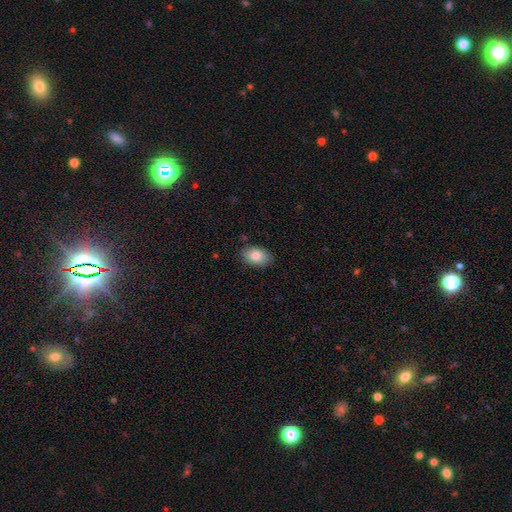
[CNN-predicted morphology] The model was most divided on "smooth or featured": smooth: 83%, featured or disk: 10%, star or artifact: 7%. More confident: how rounded — in between (87%); merging — none (85%).